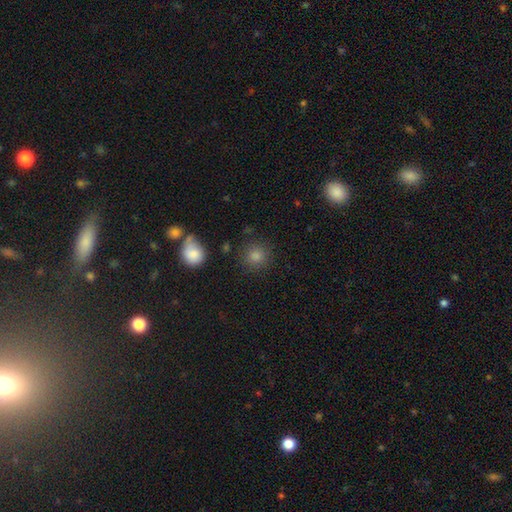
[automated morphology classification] A smooth galaxy with no disk features (80%) that is round (91%). Merging: none (85%).